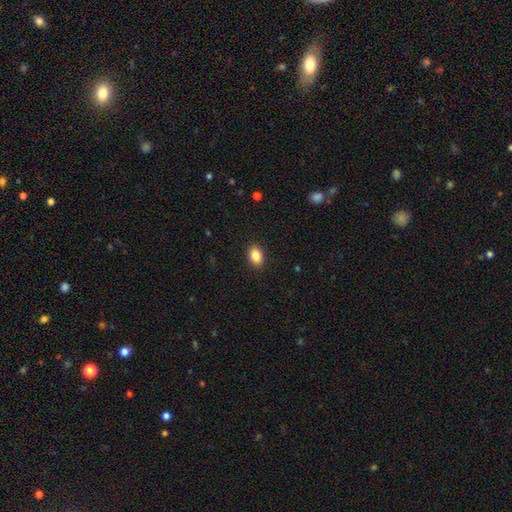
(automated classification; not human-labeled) Overall: smooth (87%). How rounded: in between (82%). Merging: none (90%).